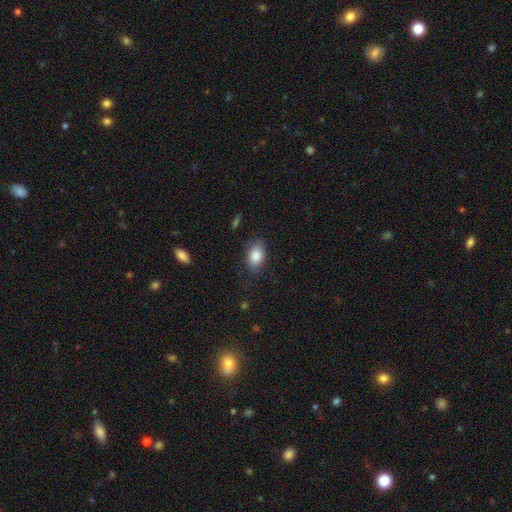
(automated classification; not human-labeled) smooth_or_featured: smooth (p=0.84) [alt: featured or disk p=0.08]
how_rounded: in between (p=0.83) [alt: round p=0.15]
merging: none (p=0.73) [alt: minor disturbance p=0.21]